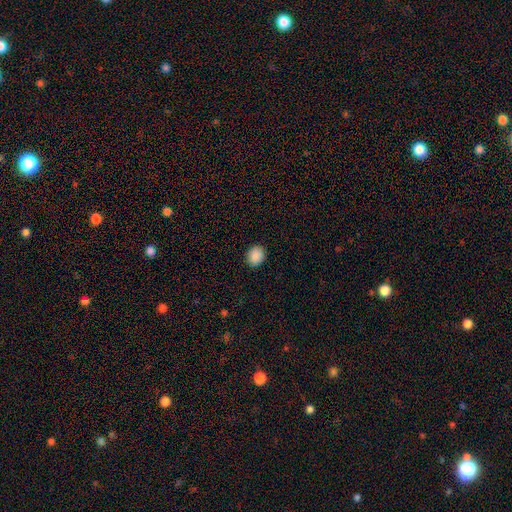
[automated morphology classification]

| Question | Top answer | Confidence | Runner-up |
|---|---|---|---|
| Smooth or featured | smooth | 89% | star or artifact (8%) |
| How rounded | round | 65% | in between (34%) |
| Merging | none | 91% | minor disturbance (6%) |